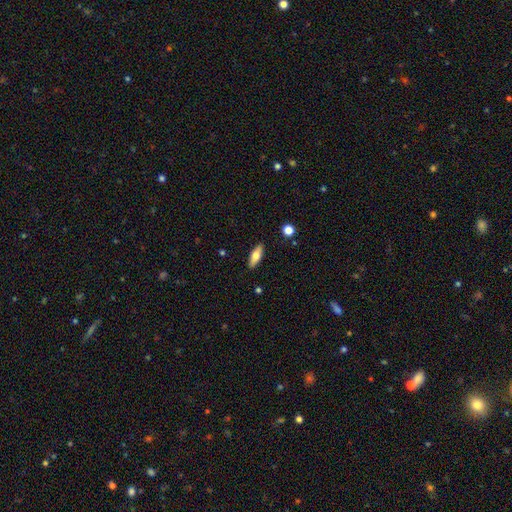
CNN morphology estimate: smooth-or-featured: smooth: 62% | featured or disk: 31% | star or artifact: 6%
  how-rounded: in between: 61% | cigar-shaped: 36% | round: 3%
  merging: none: 89% | minor disturbance: 8% | major disturbance: 2% | merger: 1%